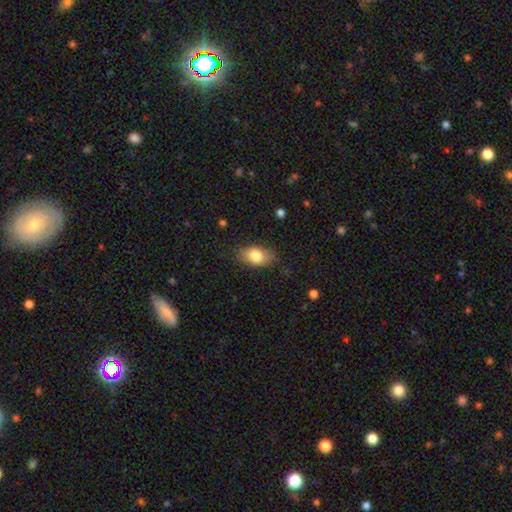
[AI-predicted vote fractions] Smooth or featured? smooth (81%)
How rounded? in between (86%)
Merging? none (79%)